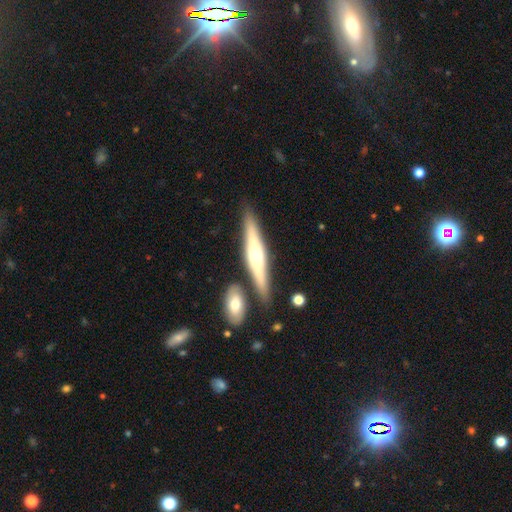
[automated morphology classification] A featured or disk galaxy (60%) viewed edge-on (94%) with a rounded central bulge (85%). Merging: none (79%).